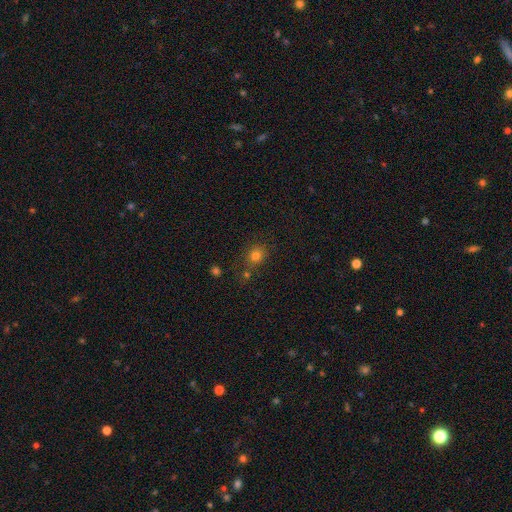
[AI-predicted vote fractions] Morphology: type=smooth (76%); roundness=round (71%); merging=none (68%).